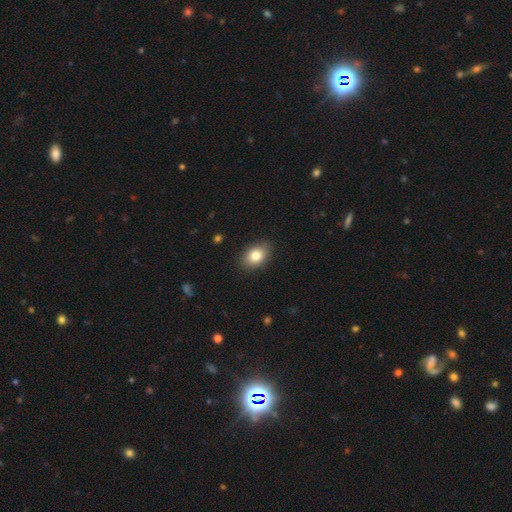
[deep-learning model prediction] Smooth or featured: smooth — 83% (featured or disk — 9%)
How rounded: in between — 80% (round — 18%)
Merging: none — 87% (minor disturbance — 9%)